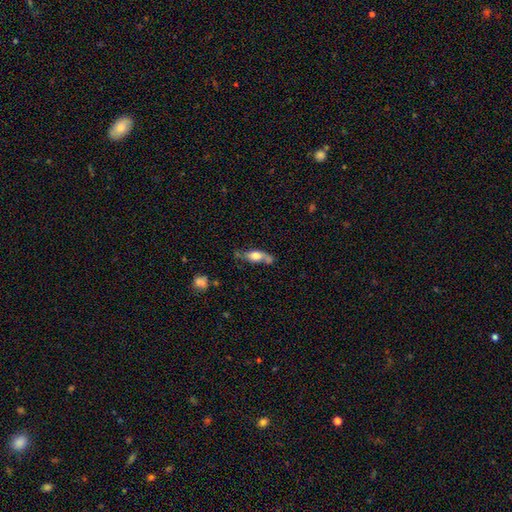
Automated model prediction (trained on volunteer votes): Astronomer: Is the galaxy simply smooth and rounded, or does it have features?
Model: smooth — 52% (runner-up: featured or disk, 40%).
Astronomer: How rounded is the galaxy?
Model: in between — 66%.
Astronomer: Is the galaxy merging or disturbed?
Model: none — 50%.